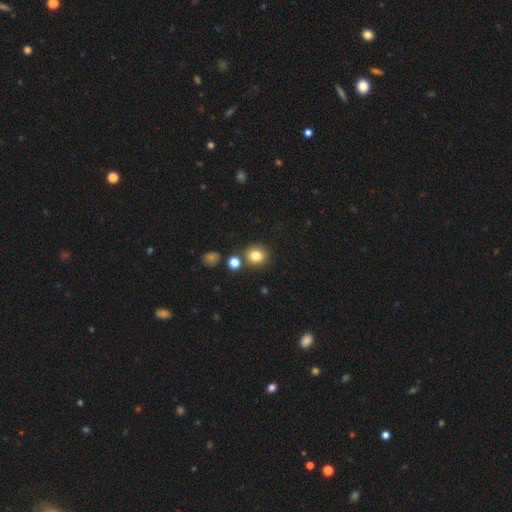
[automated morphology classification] Smooth or featured: smooth — 81% (star or artifact — 12%)
How rounded: round — 84% (in between — 15%)
Merging: none — 80% (merger — 9%)